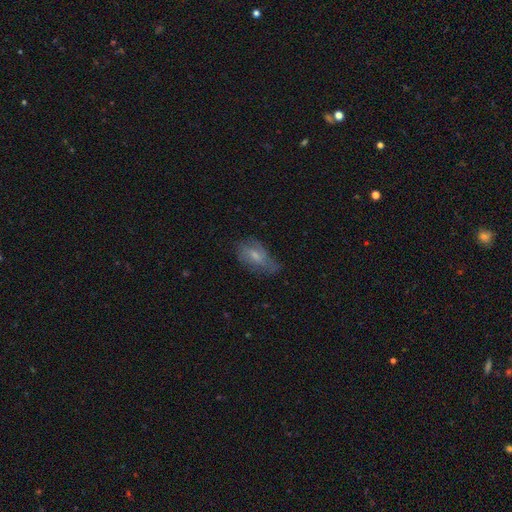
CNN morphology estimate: Smooth or featured?
  - smooth: 50% *
  - featured or disk: 42%
  - star or artifact: 9%
Merging?
  - none: 45% *
  - minor disturbance: 34%
  - major disturbance: 18%
  - merger: 2%